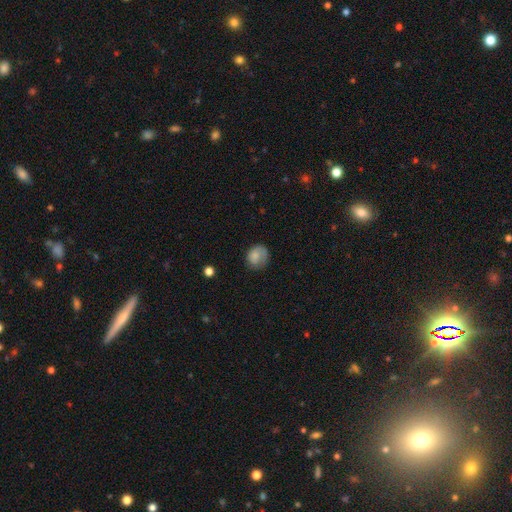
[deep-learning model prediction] smooth 78%, featured or disk 14%, star or artifact 8%. Down the decision tree: how rounded — round (65%); merging — none (59%).